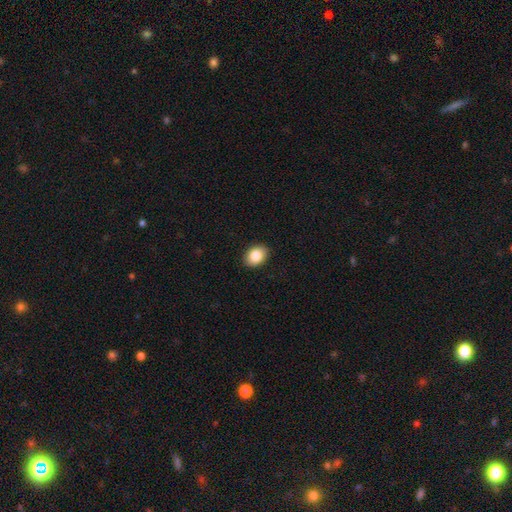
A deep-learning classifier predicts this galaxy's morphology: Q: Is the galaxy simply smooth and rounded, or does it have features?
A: smooth — 86%.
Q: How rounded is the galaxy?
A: in between — 75%.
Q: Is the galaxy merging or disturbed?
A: none — 90%.